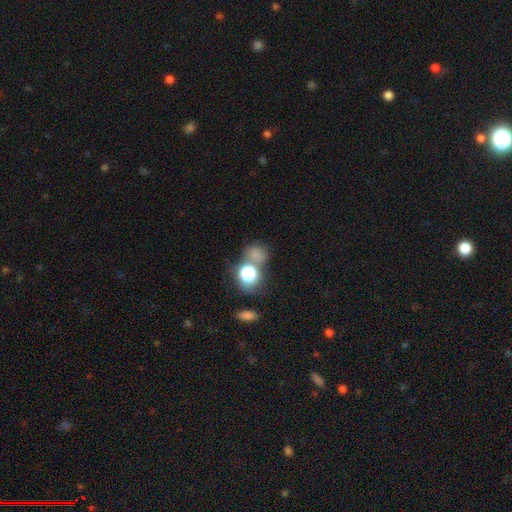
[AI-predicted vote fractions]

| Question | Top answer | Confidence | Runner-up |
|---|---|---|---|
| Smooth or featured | smooth | 65% | star or artifact (27%) |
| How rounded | round | 77% | in between (21%) |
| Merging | none | 54% | merger (28%) |